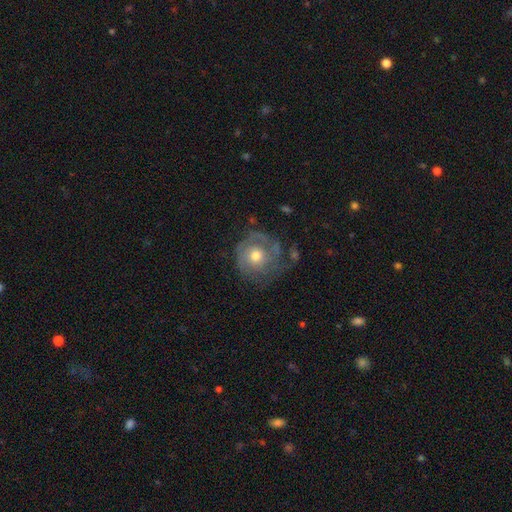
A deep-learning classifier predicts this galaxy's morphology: Smooth or featured? Predicted: featured or disk (p=0.61). Edge-on disk? Predicted: no (p=0.97). Bar? Predicted: no (p=0.85). Spiral arms? Predicted: yes (p=0.70). Bulge size? Predicted: moderate (p=0.71). Merging? Predicted: none (p=0.56).